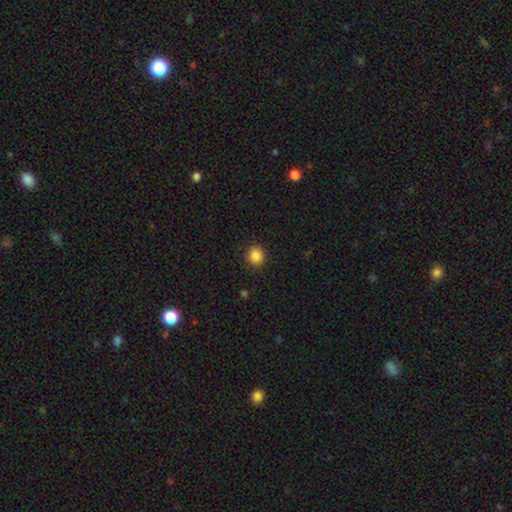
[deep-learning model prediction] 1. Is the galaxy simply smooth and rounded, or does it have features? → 87% smooth, 10% star or artifact, 3% featured or disk.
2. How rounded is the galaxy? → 81% round, 18% in between, 1% cigar-shaped.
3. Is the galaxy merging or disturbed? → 90% none, 7% minor disturbance, 2% major disturbance, 1% merger.